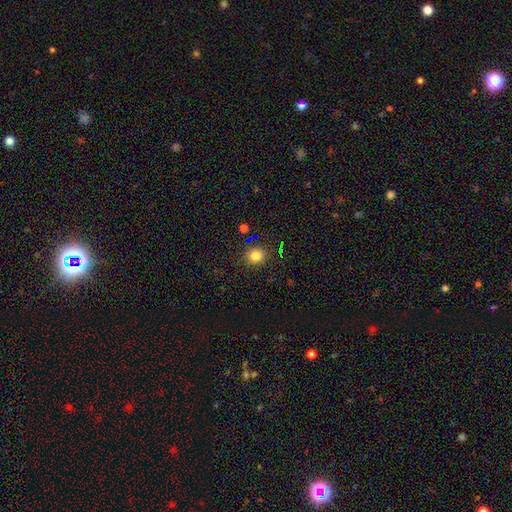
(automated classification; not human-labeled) This appears to be a smooth galaxy with no disk features (81%) that is round (86%). Merging: none (88%).